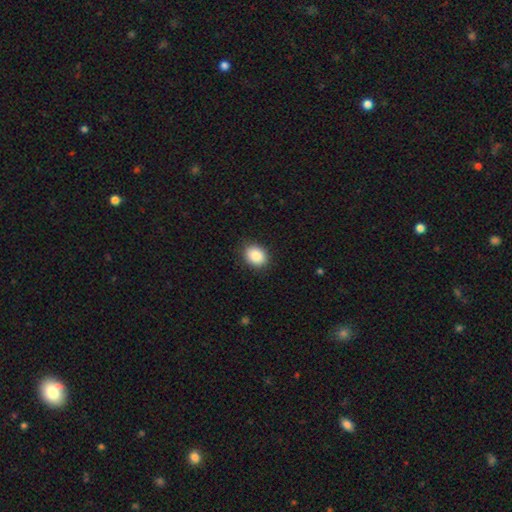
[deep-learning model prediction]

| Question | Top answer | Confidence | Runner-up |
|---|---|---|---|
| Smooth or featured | smooth | 88% | star or artifact (8%) |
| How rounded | in between | 58% | round (41%) |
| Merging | none | 89% | minor disturbance (8%) |